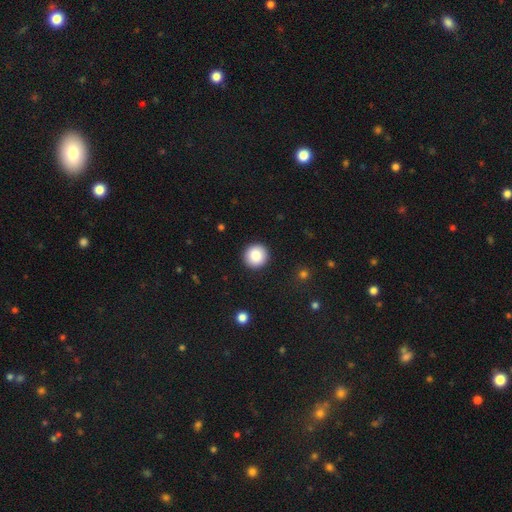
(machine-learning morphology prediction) Overall: smooth (86%). How rounded: round (95%). Merging: none (92%).